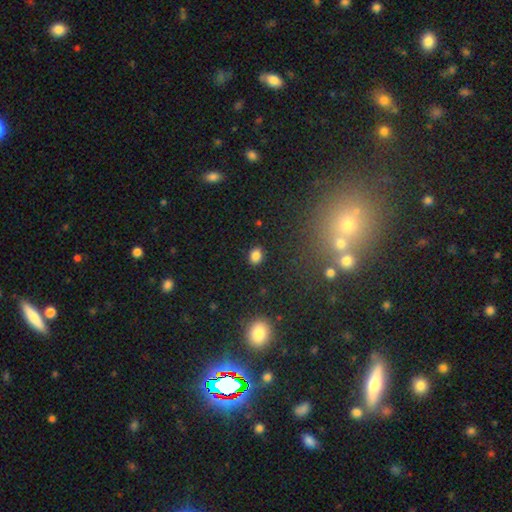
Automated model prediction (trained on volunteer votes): Smooth or featured: smooth — 83% (star or artifact — 12%)
How rounded: in between — 61% (round — 38%)
Merging: none — 88% (minor disturbance — 8%)